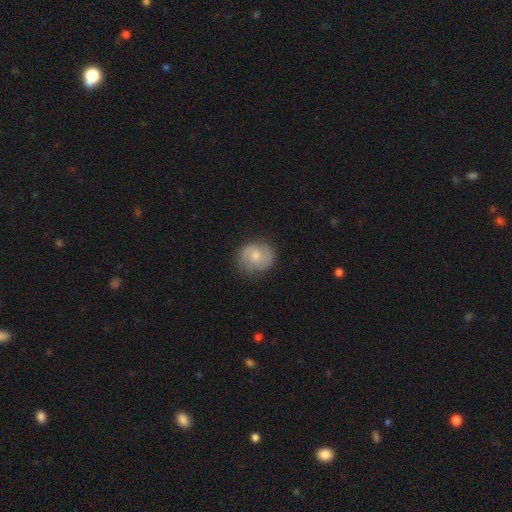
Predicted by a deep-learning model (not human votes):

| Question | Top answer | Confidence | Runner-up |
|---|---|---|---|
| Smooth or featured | smooth | 53% | featured or disk (40%) |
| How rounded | round | 71% | in between (28%) |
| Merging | none | 77% | minor disturbance (17%) |